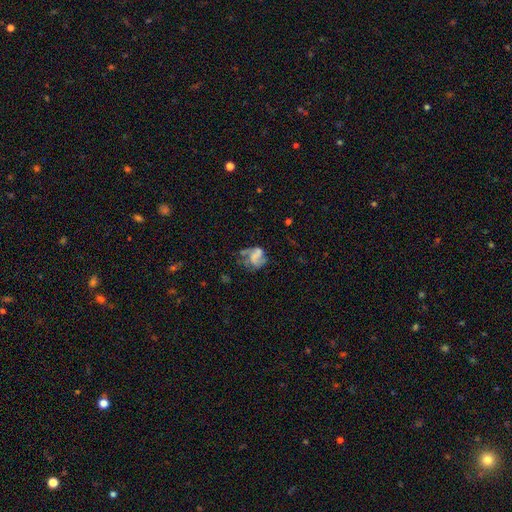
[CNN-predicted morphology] This is possibly a featured or disk galaxy (54%). It is clearly not viewed edge-on (98%). Bar: likely no (66%). Spiral arm pattern: possibly yes (52%). Central bulge: likely none (66%). Merging: marginally major disturbance (35%).